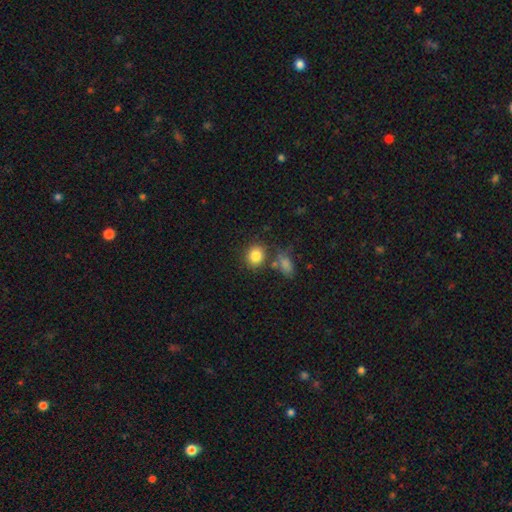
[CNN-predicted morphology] Smooth or featured? smooth (84%)
How rounded? round (71%)
Merging? none (72%)